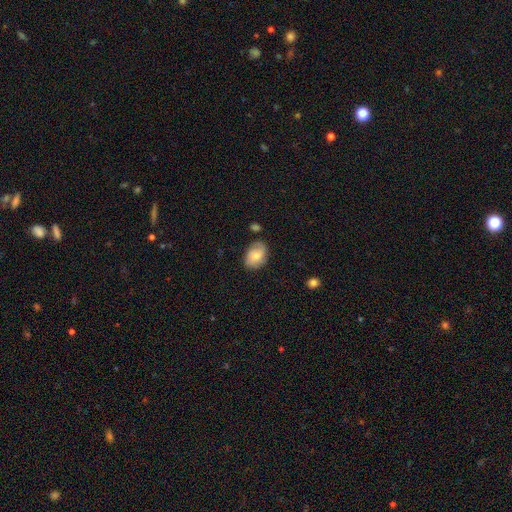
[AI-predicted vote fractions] A smooth galaxy with no disk features (70%) that is in between round and cigar-shaped (83%).

Vote fractions:
- Smooth or featured? smooth: 70% / featured or disk: 23% / star or artifact: 7%
- How rounded? in between: 83% / round: 16% / cigar-shaped: 1%
- Merging? none: 73% / minor disturbance: 20% / major disturbance: 4% / merger: 3%